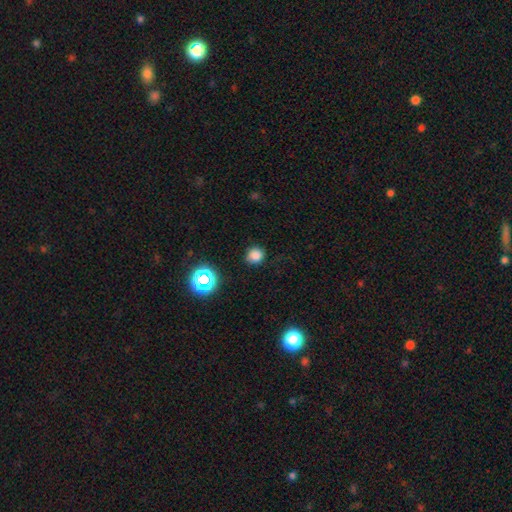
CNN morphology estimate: A smooth galaxy with no disk features (79%) that is round (85%).

Vote fractions:
- Smooth or featured? smooth: 79% / star or artifact: 17% / featured or disk: 5%
- How rounded? round: 85% / in between: 14% / cigar-shaped: 1%
- Merging? none: 85% / minor disturbance: 10% / major disturbance: 3% / merger: 1%